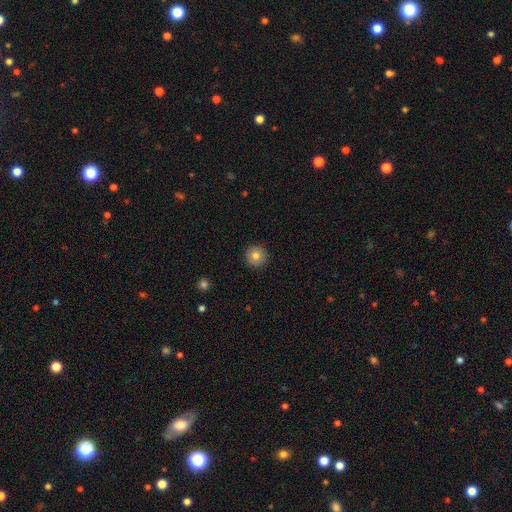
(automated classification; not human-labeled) smooth_or_featured: smooth (p=0.79) [alt: featured or disk p=0.12]
how_rounded: round (p=0.96) [alt: in between p=0.03]
merging: none (p=0.92) [alt: minor disturbance p=0.06]